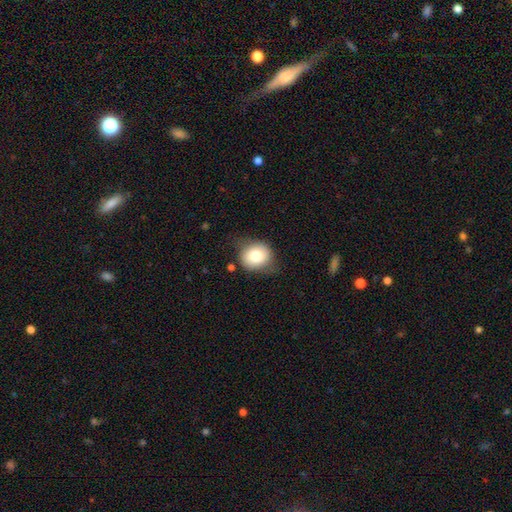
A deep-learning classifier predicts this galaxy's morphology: Q: Smooth or featured?
A: smooth (76%); runner-up: featured or disk (16%)
Q: How rounded?
A: round (77%); runner-up: in between (22%)
Q: Merging?
A: none (66%); runner-up: minor disturbance (25%)